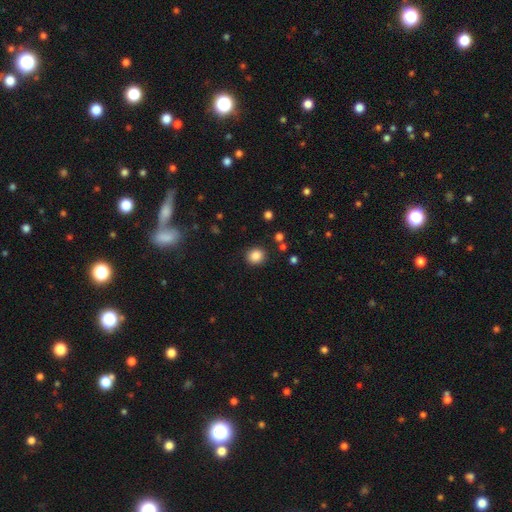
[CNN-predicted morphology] Overall: smooth (85%). How rounded: round (85%). Merging: none (89%).